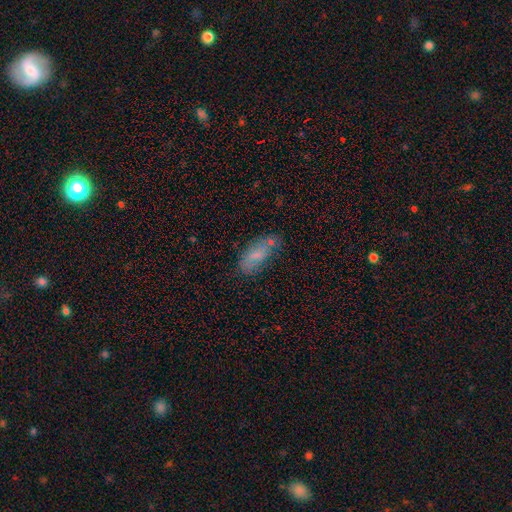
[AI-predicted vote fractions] Smooth or featured?
  - smooth: 71% *
  - featured or disk: 20%
  - star or artifact: 9%
How rounded?
  - in between: 82% *
  - cigar-shaped: 15%
  - round: 3%
Merging?
  - none: 55% *
  - minor disturbance: 25%
  - merger: 11%
  - major disturbance: 9%